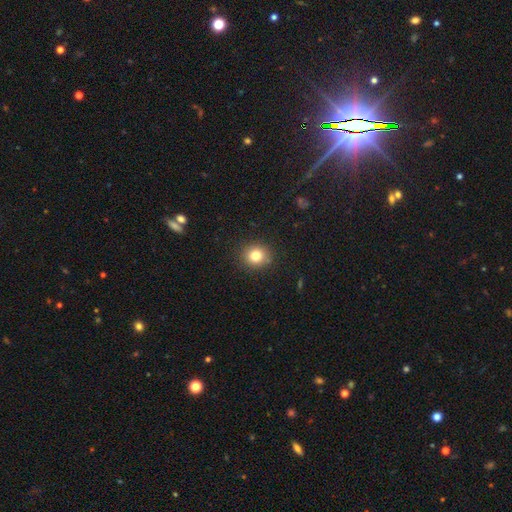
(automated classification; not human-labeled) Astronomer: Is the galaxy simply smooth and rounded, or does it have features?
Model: smooth — 81%.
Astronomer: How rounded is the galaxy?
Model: round — 82%.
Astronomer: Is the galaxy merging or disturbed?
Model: none — 89%.